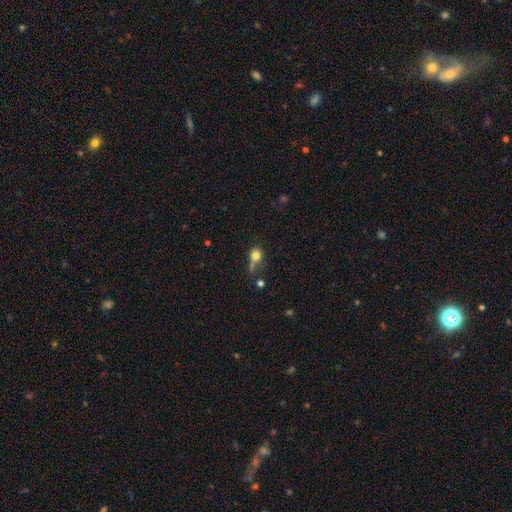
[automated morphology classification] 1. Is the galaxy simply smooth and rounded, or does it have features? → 75% smooth, 13% featured or disk, 12% star or artifact.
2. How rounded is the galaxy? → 69% round, 28% in between, 3% cigar-shaped.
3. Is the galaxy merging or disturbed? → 36% none, 25% merger, 20% minor disturbance, 19% major disturbance.